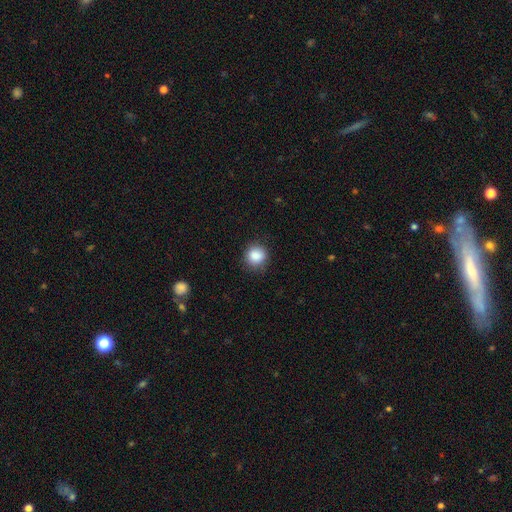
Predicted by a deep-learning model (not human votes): The model was most divided on "merging": none: 85%, minor disturbance: 11%, major disturbance: 3%, merger: 1%. More confident: how rounded — round (87%); smooth or featured — smooth (87%).